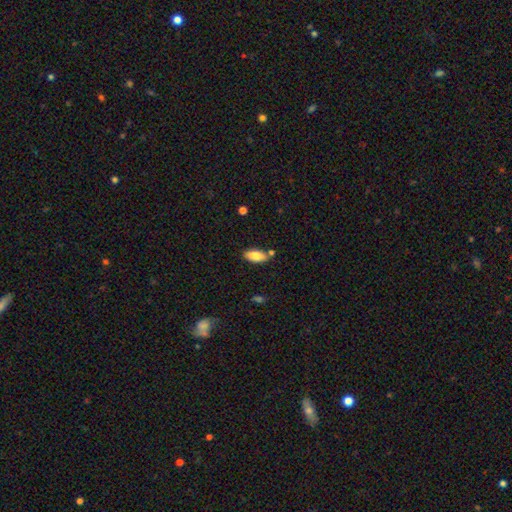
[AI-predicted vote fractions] smooth 81%, featured or disk 12%, star or artifact 7%. Down the decision tree: how rounded — in between (90%); merging — none (77%).